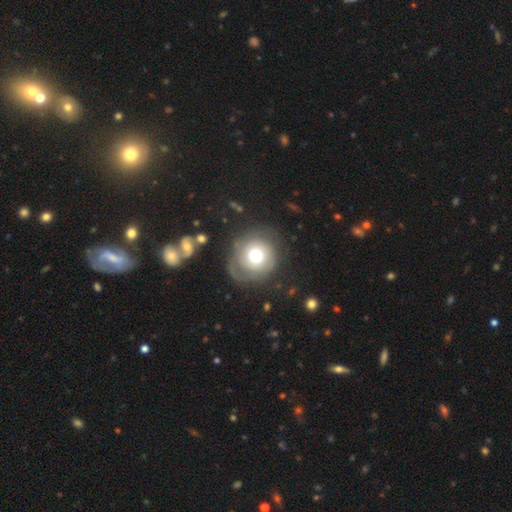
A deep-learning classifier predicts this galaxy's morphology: The model was most divided on "smooth or featured": smooth: 56%, featured or disk: 35%, star or artifact: 9%. More confident: how rounded — round (89%); merging — none (60%).